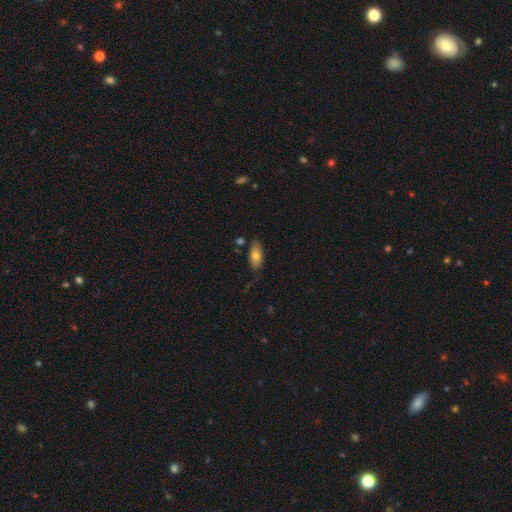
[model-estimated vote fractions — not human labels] smooth-or-featured: smooth: 74% | featured or disk: 19% | star or artifact: 7%
  how-rounded: in between: 84% | cigar-shaped: 13% | round: 3%
  merging: none: 69% | minor disturbance: 21% | major disturbance: 5% | merger: 4%